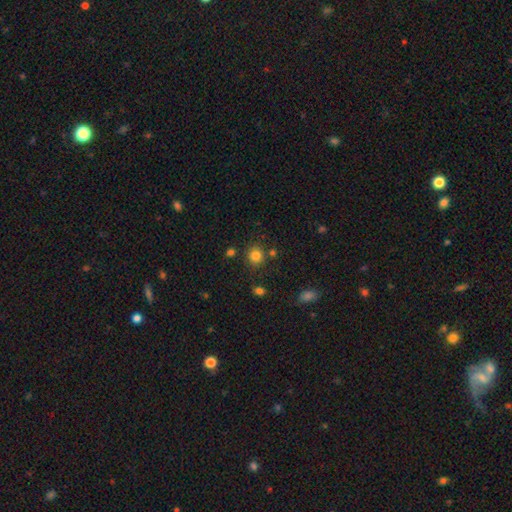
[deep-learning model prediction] The model was most divided on "smooth or featured": smooth: 82%, star or artifact: 13%, featured or disk: 5%. More confident: how rounded — round (88%); merging — none (81%).